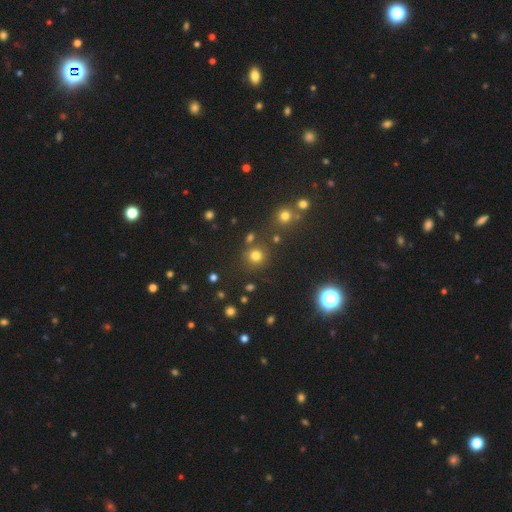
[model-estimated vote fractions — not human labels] Morphology: type=smooth (74%); roundness=round (91%); merging=none (79%).